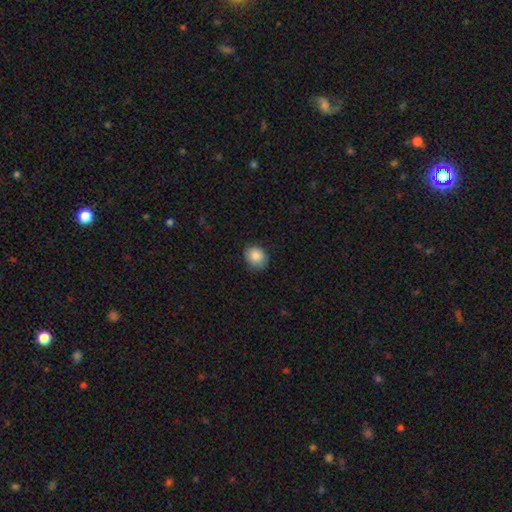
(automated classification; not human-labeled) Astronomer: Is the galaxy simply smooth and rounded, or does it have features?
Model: smooth — 87%.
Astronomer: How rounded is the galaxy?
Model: round — 65%.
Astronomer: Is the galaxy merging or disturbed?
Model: none — 79%.